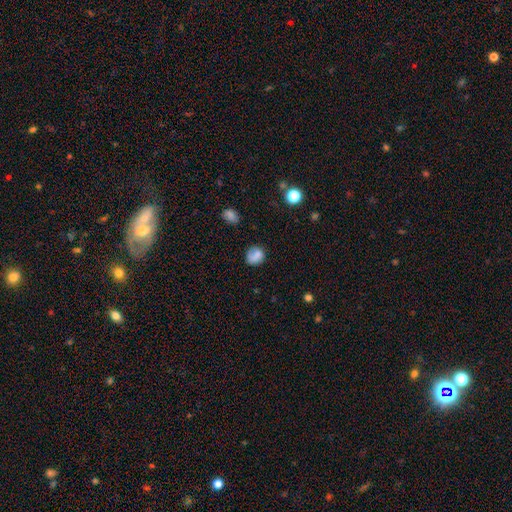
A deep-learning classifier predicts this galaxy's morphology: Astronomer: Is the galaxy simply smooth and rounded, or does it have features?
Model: smooth — 77%.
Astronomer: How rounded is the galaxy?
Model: round — 71%.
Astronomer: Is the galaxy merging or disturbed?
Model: none — 67%.